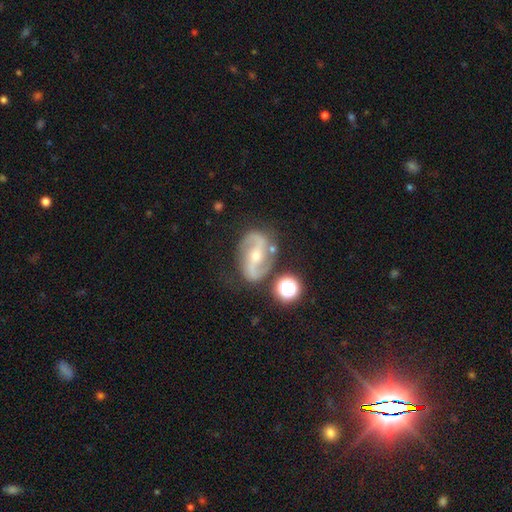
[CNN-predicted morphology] This appears to be a featured or disk galaxy (88%) with a strong bar (42%), 2 (93%) medium (48%) spiral arms (96%) and a small central bulge (50%). Merging: none (76%).